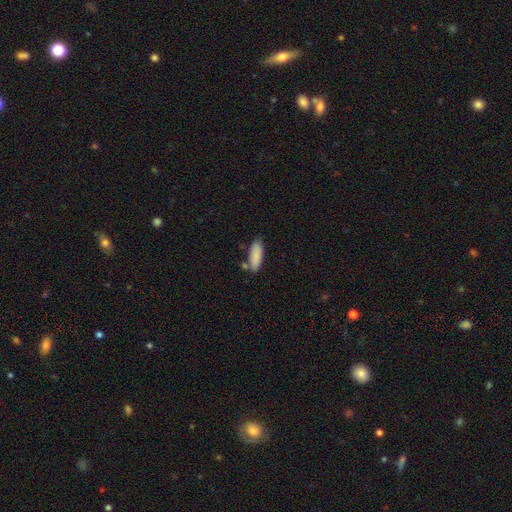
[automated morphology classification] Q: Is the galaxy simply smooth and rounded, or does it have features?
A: smooth — 87%.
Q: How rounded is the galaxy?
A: in between — 64%.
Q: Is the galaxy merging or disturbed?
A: none — 74%.